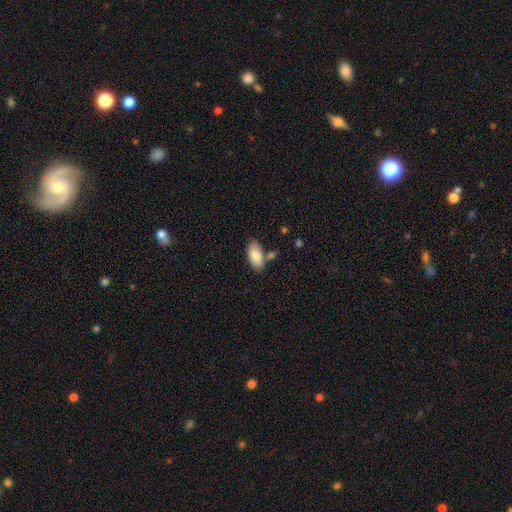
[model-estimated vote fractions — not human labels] Smooth or featured: smooth — 84% (featured or disk — 10%)
How rounded: in between — 93% (cigar-shaped — 4%)
Merging: none — 72% (minor disturbance — 14%)